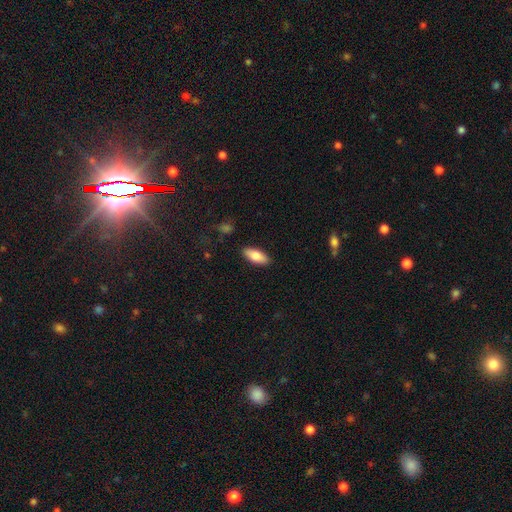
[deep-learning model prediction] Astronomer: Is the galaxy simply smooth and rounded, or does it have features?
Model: smooth — 80%.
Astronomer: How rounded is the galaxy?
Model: in between — 82%.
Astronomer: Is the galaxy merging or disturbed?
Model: none — 88%.